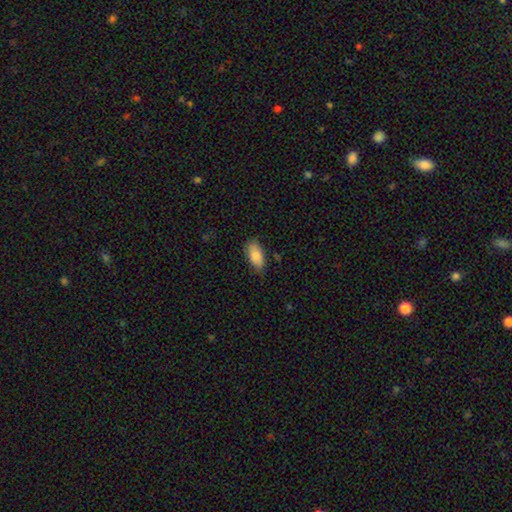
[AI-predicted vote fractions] Smooth or featured? Predicted: smooth (p=0.86). How rounded? Predicted: in between (p=0.91). Merging? Predicted: none (p=0.79).